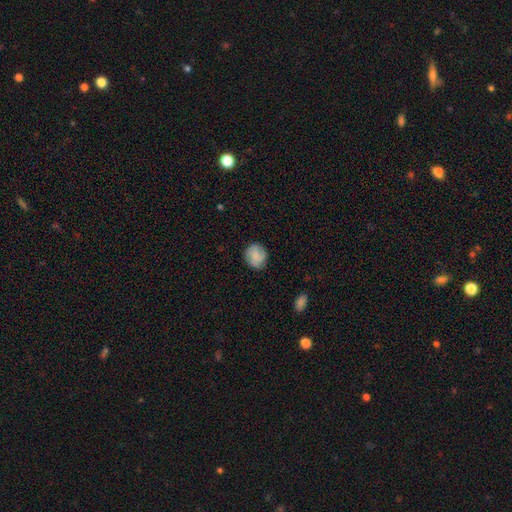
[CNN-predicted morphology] smooth 69%, featured or disk 22%, star or artifact 8%. Down the decision tree: how rounded — round (81%); merging — none (83%).